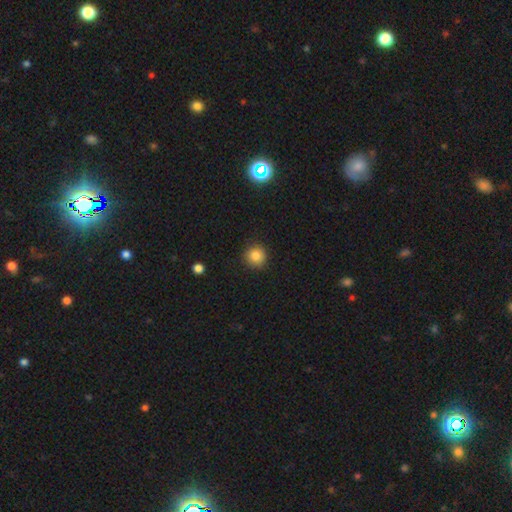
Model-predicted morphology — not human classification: type=smooth (84%); roundness=round (93%); merging=none (89%).